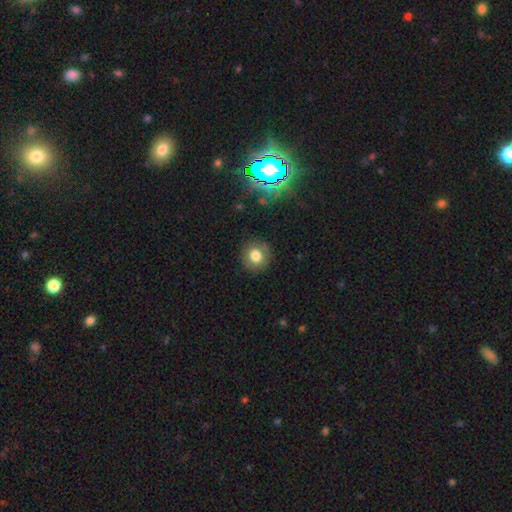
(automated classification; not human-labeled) Morphology: type=smooth (77%); roundness=round (86%); merging=none (87%).